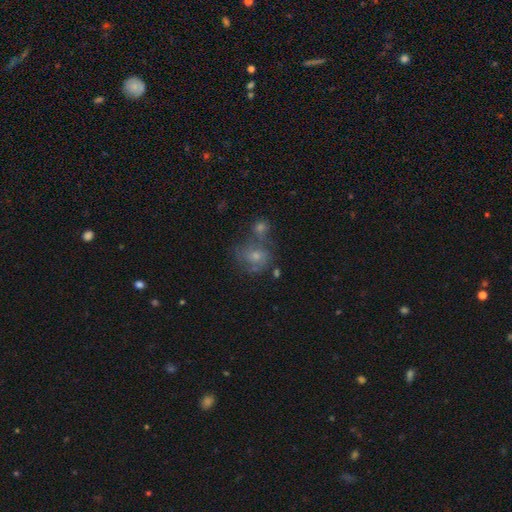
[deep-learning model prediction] Overall: featured or disk (43%, tied with smooth). Merging: none (41%; merger 29%).